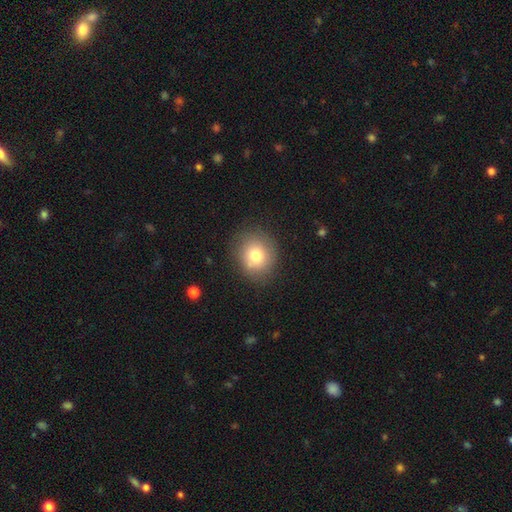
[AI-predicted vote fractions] A smooth galaxy with no disk features (76%) that is round (77%).

Vote fractions:
- Smooth or featured? smooth: 76% / featured or disk: 13% / star or artifact: 11%
- How rounded? round: 77% / in between: 22% / cigar-shaped: 1%
- Merging? none: 80% / minor disturbance: 14% / major disturbance: 4% / merger: 2%